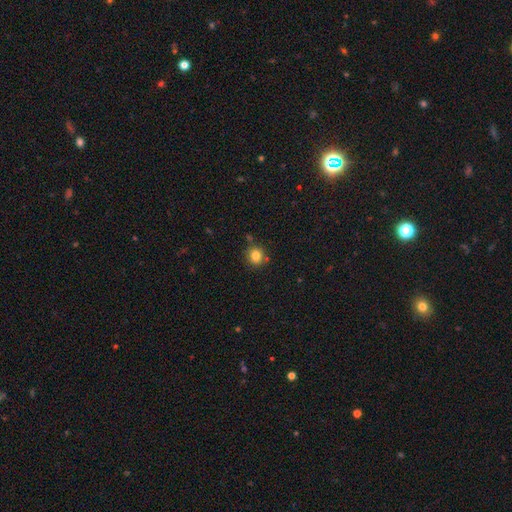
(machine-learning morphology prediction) This is clearly a smooth galaxy (82%). How rounded: clearly round (84%). Merging: likely none (78%).